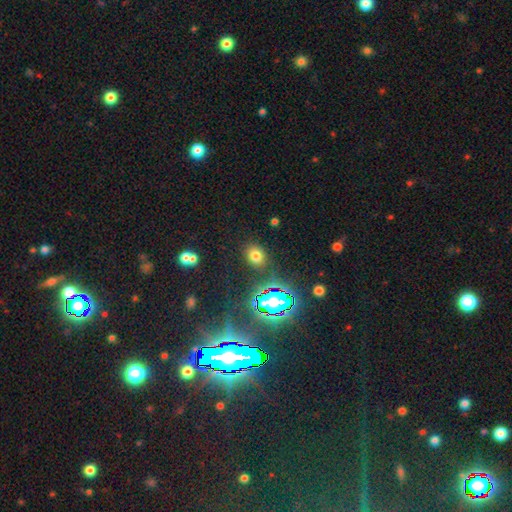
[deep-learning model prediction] This appears to be a smooth galaxy with no disk features (69%) that is round (52%). Merging: none (84%).